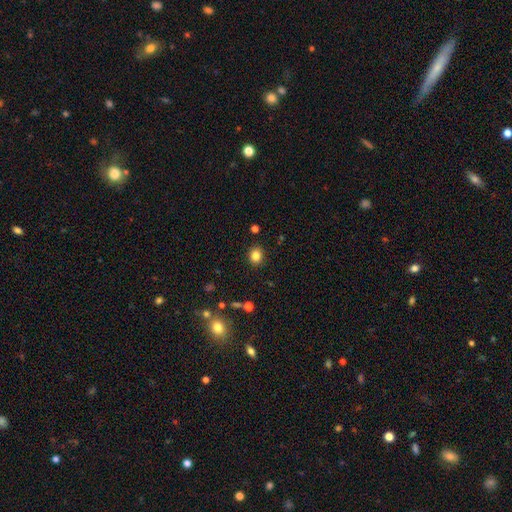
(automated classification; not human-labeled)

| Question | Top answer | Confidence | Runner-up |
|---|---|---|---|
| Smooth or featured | smooth | 83% | star or artifact (12%) |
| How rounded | round | 72% | in between (27%) |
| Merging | none | 89% | minor disturbance (8%) |